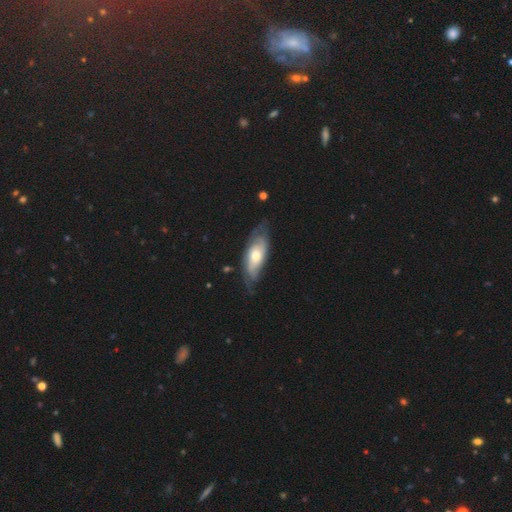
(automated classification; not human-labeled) Smooth or featured? featured or disk (66%)
Edge-on disk? no (82%)
Bar? no (73%)
Spiral arms? yes (84%)
Bulge size? moderate (64%)
Merging? none (62%)